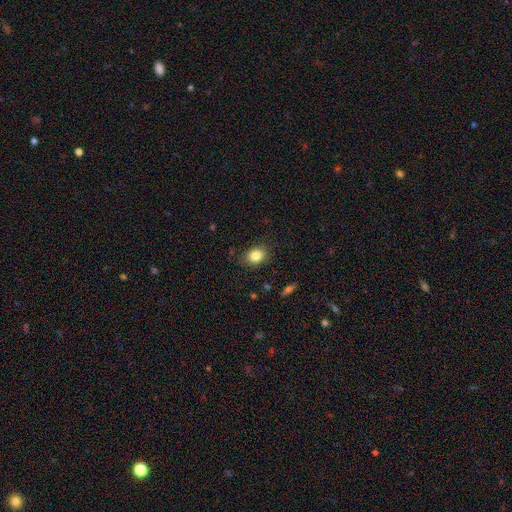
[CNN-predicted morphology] smooth_or_featured: smooth (p=0.83) [alt: star or artifact p=0.09]
how_rounded: in between (p=0.61) [alt: round p=0.38]
merging: none (p=0.83) [alt: minor disturbance p=0.13]